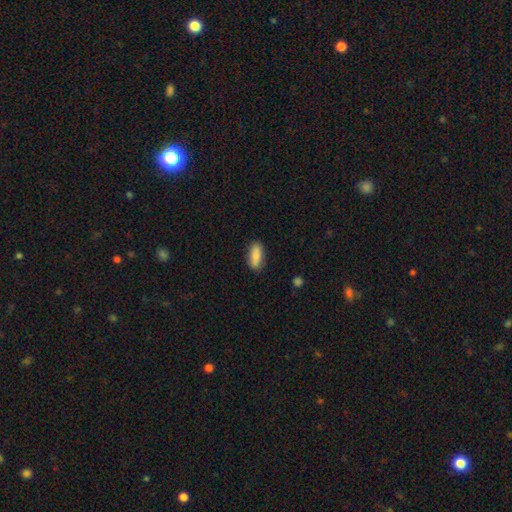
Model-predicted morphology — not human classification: Smooth or featured: smooth — 85% (featured or disk — 8%)
How rounded: in between — 78% (cigar-shaped — 20%)
Merging: none — 86% (minor disturbance — 11%)